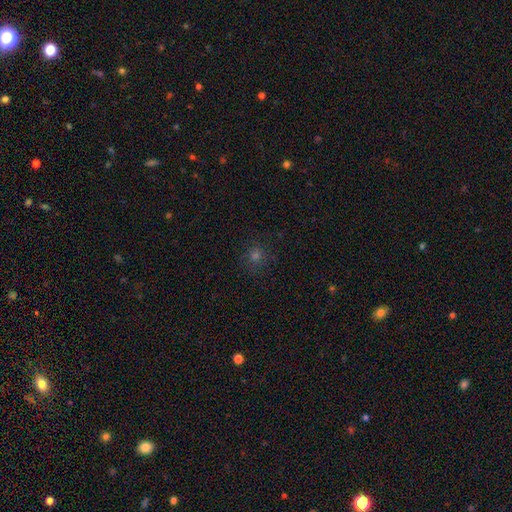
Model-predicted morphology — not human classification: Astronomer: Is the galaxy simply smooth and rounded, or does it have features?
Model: smooth — 60%.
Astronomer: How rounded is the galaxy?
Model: round — 93%.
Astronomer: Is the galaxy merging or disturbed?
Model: none — 88%.